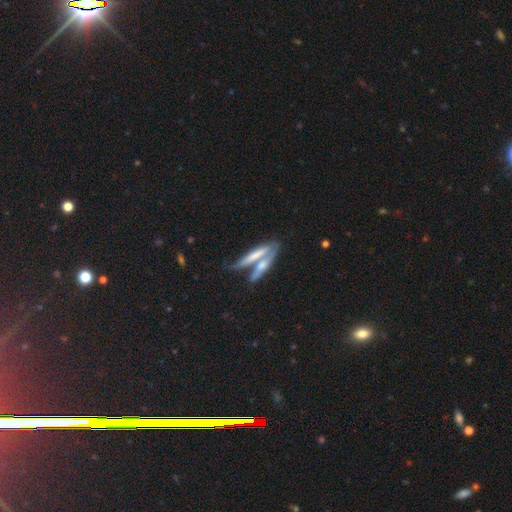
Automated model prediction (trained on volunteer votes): Smooth or featured? featured or disk (48%)
Merging? merger (43%)